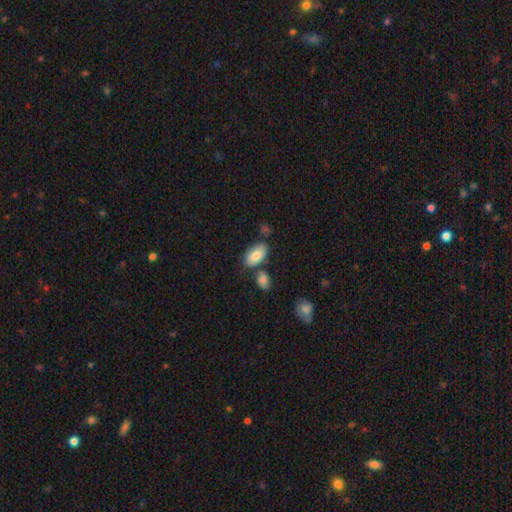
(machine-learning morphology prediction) smooth_or_featured: smooth (p=0.81) [alt: featured or disk p=0.12]
how_rounded: in between (p=0.94) [alt: round p=0.03]
merging: none (p=0.64) [alt: minor disturbance p=0.17]